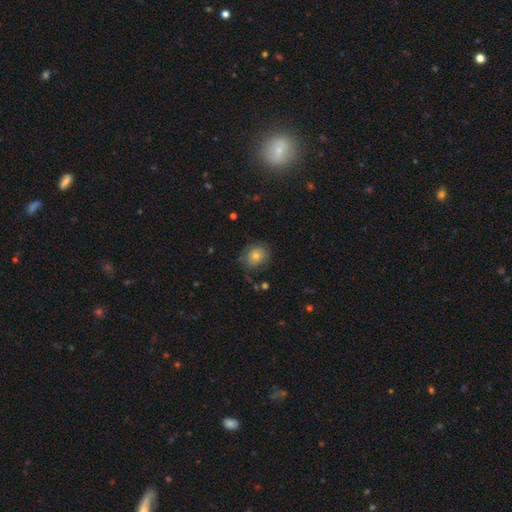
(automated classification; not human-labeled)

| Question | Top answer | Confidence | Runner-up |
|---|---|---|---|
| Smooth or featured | smooth | 55% | featured or disk (31%) |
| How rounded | round | 73% | in between (26%) |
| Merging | none | 71% | minor disturbance (19%) |